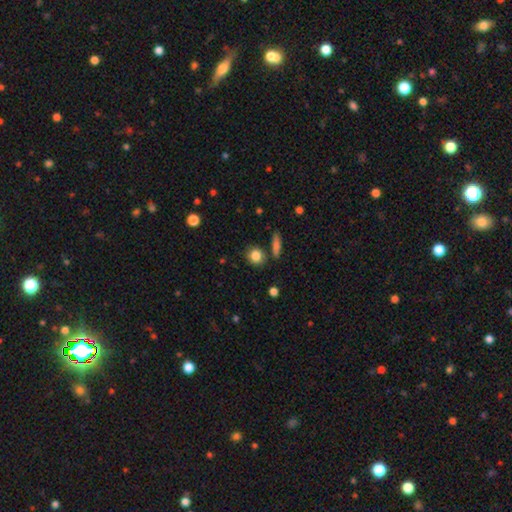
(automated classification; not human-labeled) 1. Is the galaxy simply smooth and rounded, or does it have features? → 84% smooth, 9% star or artifact, 7% featured or disk.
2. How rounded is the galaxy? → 78% round, 20% in between, 2% cigar-shaped.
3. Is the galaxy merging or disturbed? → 80% none, 10% minor disturbance, 7% merger, 3% major disturbance.